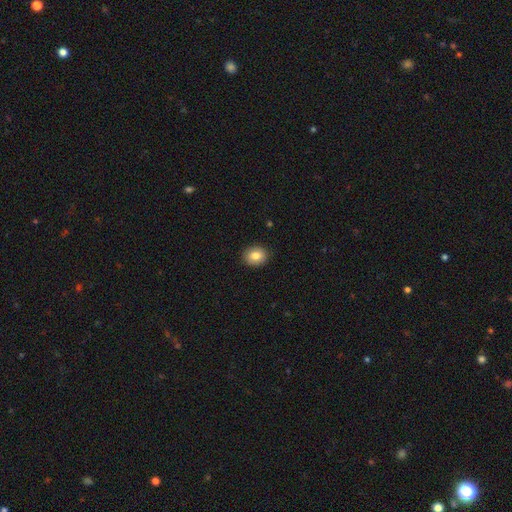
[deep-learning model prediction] The model was most divided on "how rounded": round: 62%, in between: 37%, cigar-shaped: 1%. More confident: merging — none (90%); smooth or featured — smooth (82%).